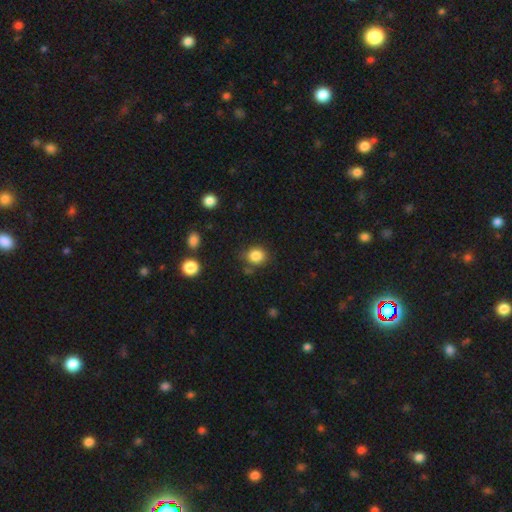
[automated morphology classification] type=smooth (85%); roundness=round (76%); merging=none (78%).